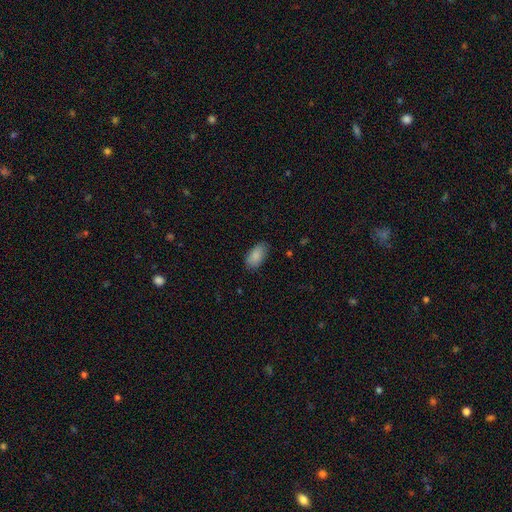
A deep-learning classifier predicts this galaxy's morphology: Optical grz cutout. It shows a smooth galaxy with no disk features (88%) that is in between round and cigar-shaped (94%). Merging: none (82%).